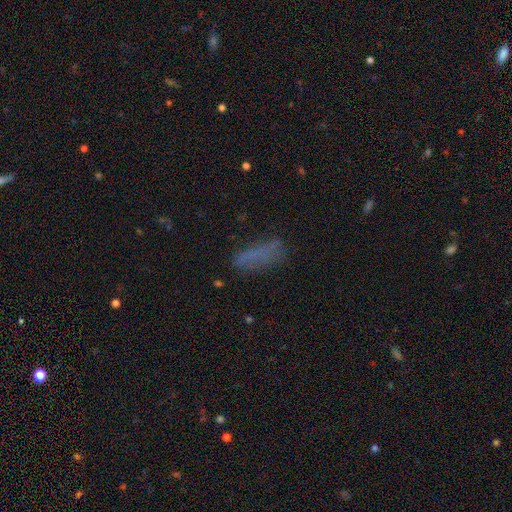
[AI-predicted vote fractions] This appears to be a smooth galaxy with no disk features (67%) that is in between round and cigar-shaped (51%). Merging: none (72%).